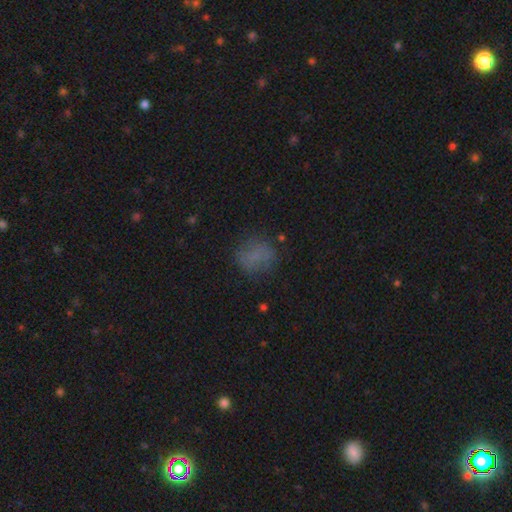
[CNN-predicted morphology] A smooth galaxy with no disk features (69%) that is round (66%).

Vote fractions:
- Smooth or featured? smooth: 69% / star or artifact: 17% / featured or disk: 14%
- How rounded? round: 66% / in between: 32% / cigar-shaped: 2%
- Merging? none: 73% / minor disturbance: 17% / major disturbance: 8% / merger: 2%